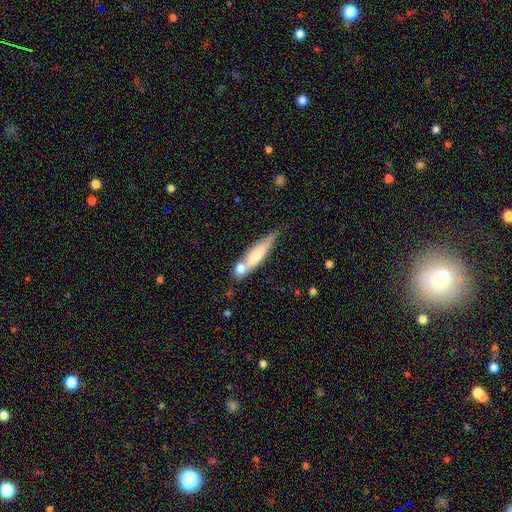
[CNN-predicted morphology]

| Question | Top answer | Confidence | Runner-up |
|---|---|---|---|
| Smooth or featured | smooth | 62% | featured or disk (32%) |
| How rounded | cigar-shaped | 80% | in between (17%) |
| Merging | none | 53% | merger (26%) |